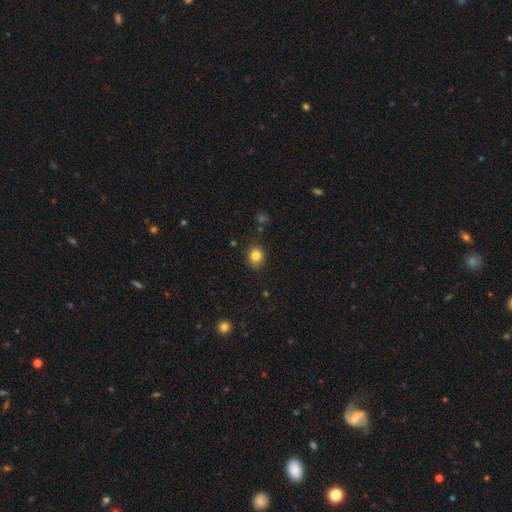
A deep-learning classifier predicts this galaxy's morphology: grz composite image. It shows a smooth galaxy with no disk features (83%) that is round (68%). Merging: none (84%).